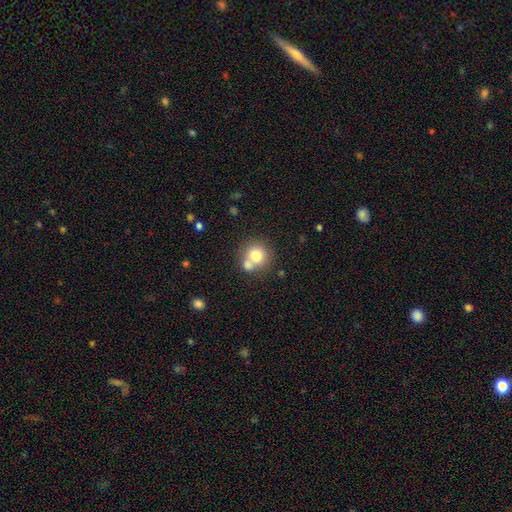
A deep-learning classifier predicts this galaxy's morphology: This appears to be a smooth galaxy with no disk features (75%) that is round (88%). Merging: none (53%).